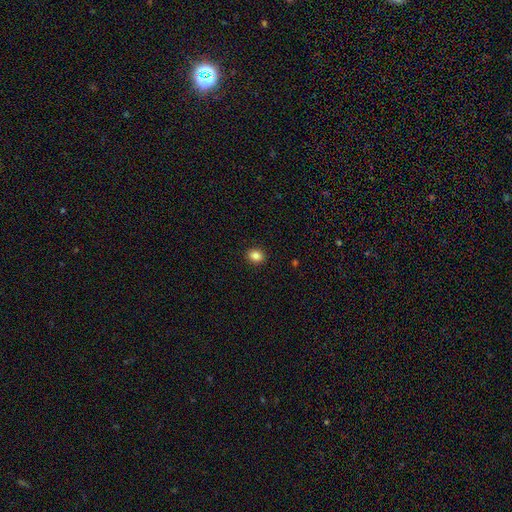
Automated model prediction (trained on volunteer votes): smooth_or_featured: smooth (p=0.85) [alt: star or artifact p=0.10]
how_rounded: round (p=0.62) [alt: in between p=0.37]
merging: none (p=0.92) [alt: minor disturbance p=0.06]